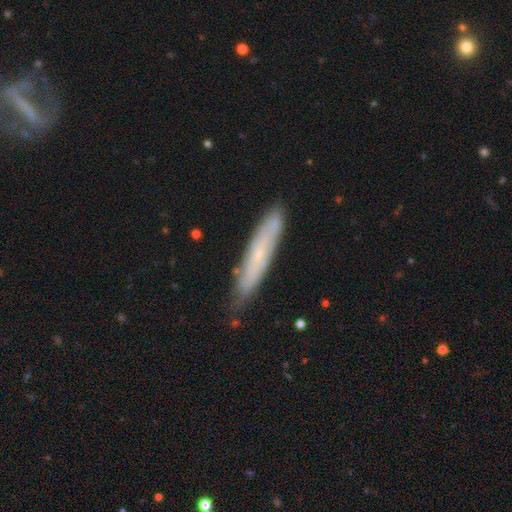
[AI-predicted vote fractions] Smooth or featured? Predicted: featured or disk (p=0.49). Merging? Predicted: none (p=0.82).